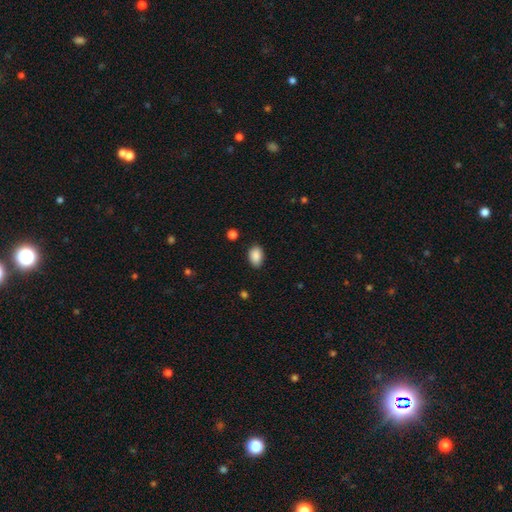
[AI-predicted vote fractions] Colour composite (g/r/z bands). It shows a smooth galaxy with no disk features (89%) that is in between round and cigar-shaped (87%). Merging: none (86%).